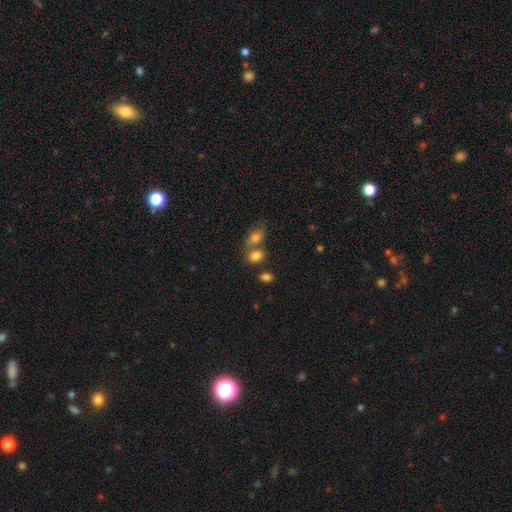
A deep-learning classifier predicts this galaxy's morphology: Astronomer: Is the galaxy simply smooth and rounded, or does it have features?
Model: smooth — 80%.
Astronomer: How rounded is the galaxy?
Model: in between — 76%.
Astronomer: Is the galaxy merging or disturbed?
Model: none — 46% (runner-up: merger, 38%).